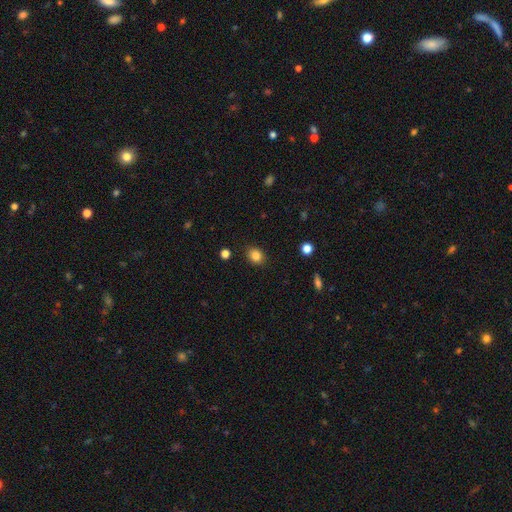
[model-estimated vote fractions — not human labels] smooth 85%, star or artifact 11%, featured or disk 5%. Down the decision tree: how rounded — round (61%); merging — none (88%).